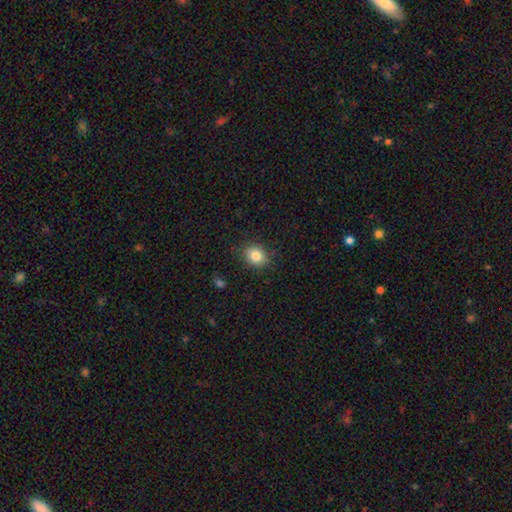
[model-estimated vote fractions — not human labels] Overall: smooth (83%). How rounded: round (54%; in between 45%). Merging: none (85%).